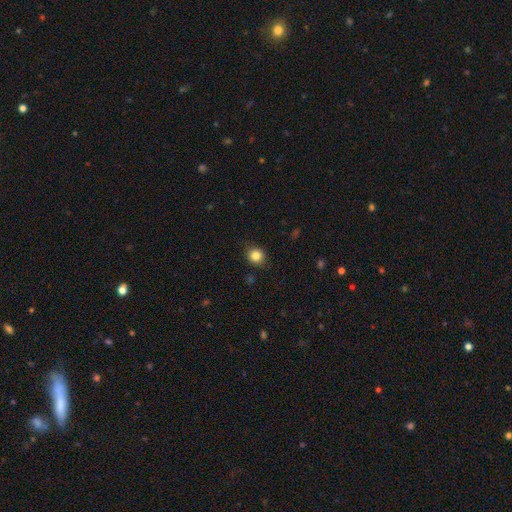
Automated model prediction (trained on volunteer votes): smooth-or-featured: smooth: 84% | star or artifact: 11% | featured or disk: 5%
  how-rounded: round: 84% | in between: 15% | cigar-shaped: 1%
  merging: none: 89% | minor disturbance: 8% | major disturbance: 2% | merger: 1%